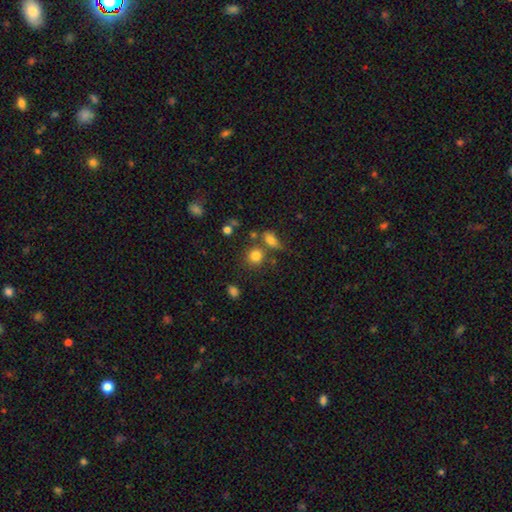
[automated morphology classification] smooth-or-featured: smooth: 80% | star or artifact: 12% | featured or disk: 8%
  how-rounded: round: 82% | in between: 17% | cigar-shaped: 2%
  merging: none: 65% | merger: 18% | minor disturbance: 11% | major disturbance: 5%